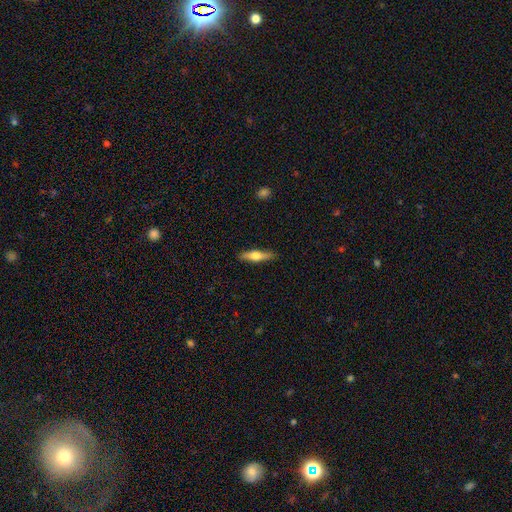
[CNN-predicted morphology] smooth_or_featured: featured or disk (p=0.47) [tied with: smooth p=0.47]
merging: none (p=0.89) [alt: minor disturbance p=0.08]